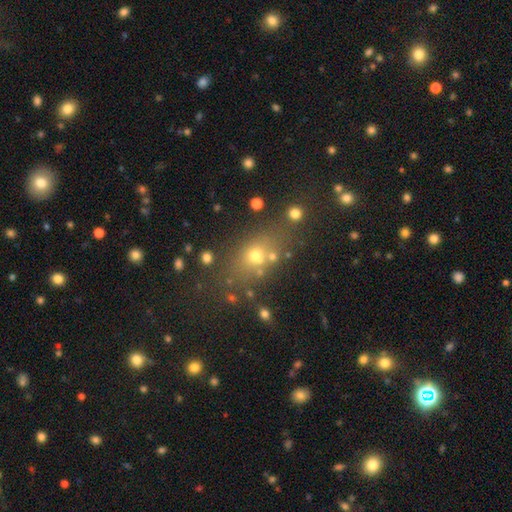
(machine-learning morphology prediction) A smooth galaxy with no disk features (54%) that is in between round and cigar-shaped (52%).

Vote fractions:
- Smooth or featured? smooth: 54% / star or artifact: 28% / featured or disk: 18%
- How rounded? in between: 52% / round: 40% / cigar-shaped: 8%
- Merging? none: 64% / merger: 15% / minor disturbance: 13% / major disturbance: 7%